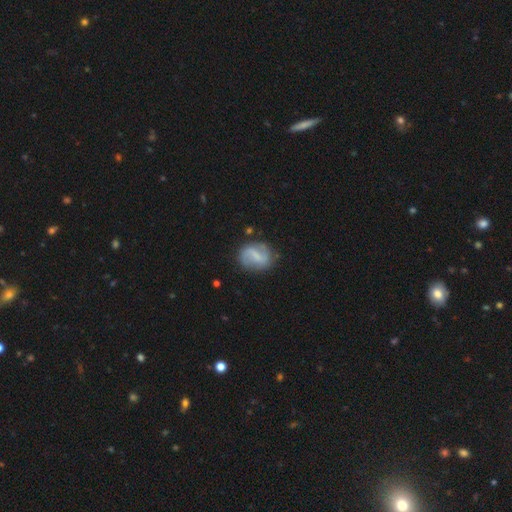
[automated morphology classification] type=featured or disk (69%); edge-on=no (98%); bar=weak (49%); spiral arms=yes (89%); winding=loose (46%); arm count=2 (87%); bulge=none (42%); merging=none (77%).